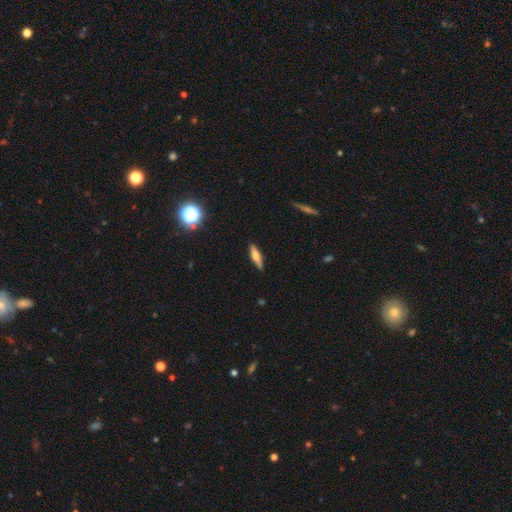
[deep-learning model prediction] A smooth galaxy with no disk features (50%). Merging: none (89%).